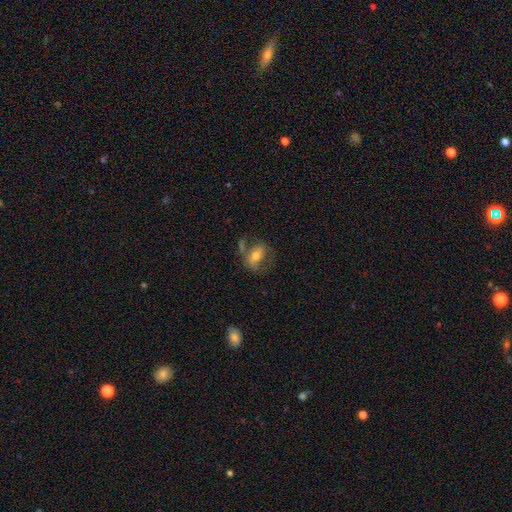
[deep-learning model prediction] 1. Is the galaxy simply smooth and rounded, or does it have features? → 49% smooth, 43% featured or disk, 8% star or artifact.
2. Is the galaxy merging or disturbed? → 47% none, 22% minor disturbance, 18% major disturbance, 13% merger.